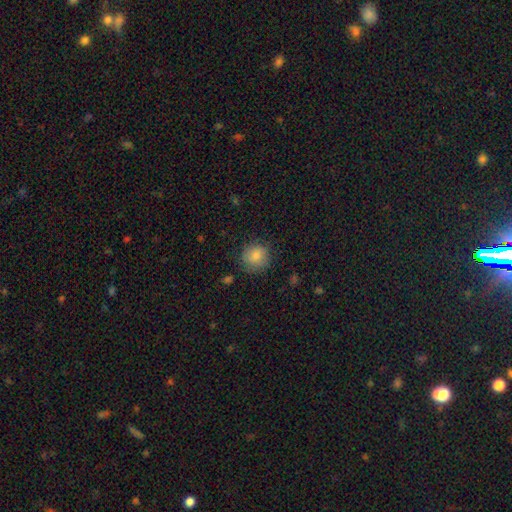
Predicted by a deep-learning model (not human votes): Q: Smooth or featured?
A: smooth (85%); runner-up: star or artifact (9%)
Q: How rounded?
A: round (86%); runner-up: in between (13%)
Q: Merging?
A: none (80%); runner-up: minor disturbance (14%)